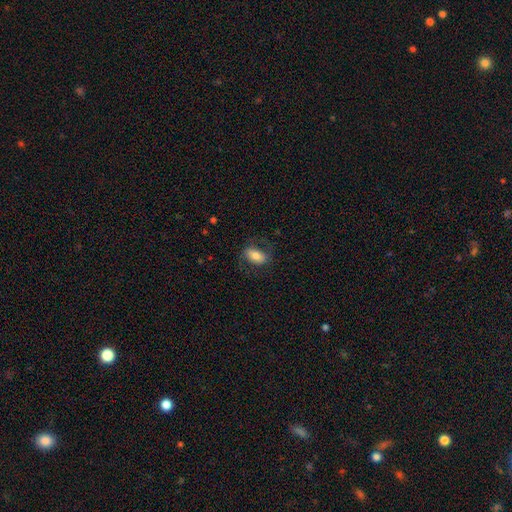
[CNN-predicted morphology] This appears to be a smooth galaxy with no disk features (69%) that is in between round and cigar-shaped (90%). Merging: none (71%).